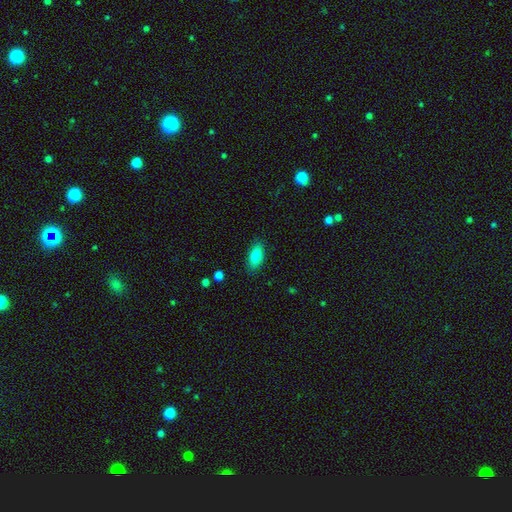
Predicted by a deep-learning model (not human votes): Smooth or featured?
  - smooth: 81% *
  - featured or disk: 12%
  - star or artifact: 8%
How rounded?
  - in between: 85% *
  - cigar-shaped: 11%
  - round: 4%
Merging?
  - none: 87% *
  - minor disturbance: 10%
  - major disturbance: 2%
  - merger: 1%